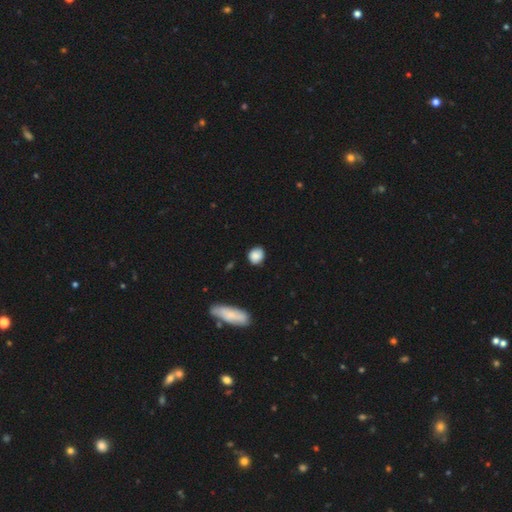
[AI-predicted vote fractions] Smooth or featured?
  - smooth: 85% *
  - star or artifact: 8%
  - featured or disk: 7%
How rounded?
  - round: 69% *
  - in between: 29%
  - cigar-shaped: 2%
Merging?
  - none: 78% *
  - minor disturbance: 17%
  - major disturbance: 3%
  - merger: 2%